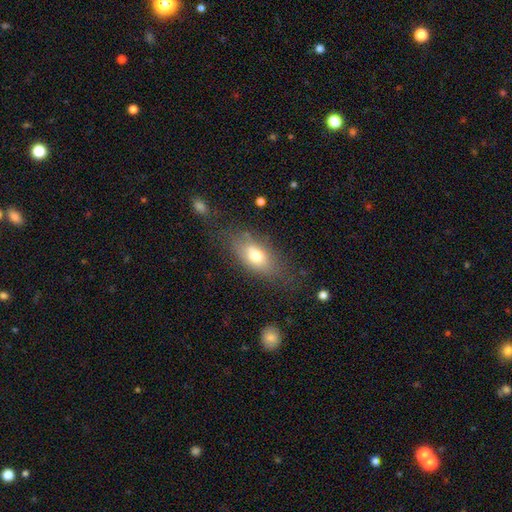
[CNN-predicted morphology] type=smooth (69%); roundness=in between (83%); merging=none (67%).